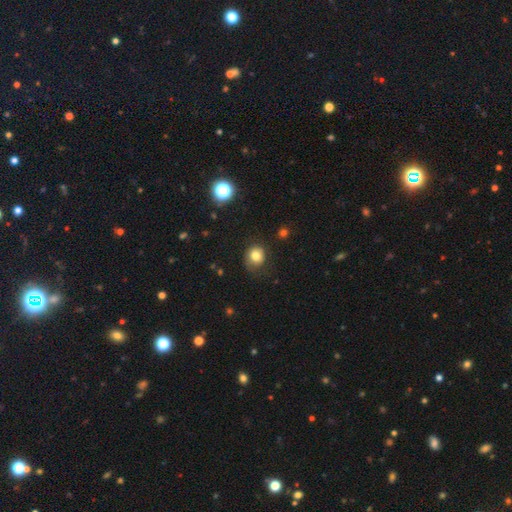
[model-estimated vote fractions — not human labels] Smooth or featured? Predicted: smooth (p=0.77). How rounded? Predicted: round (p=0.71). Merging? Predicted: none (p=0.66).